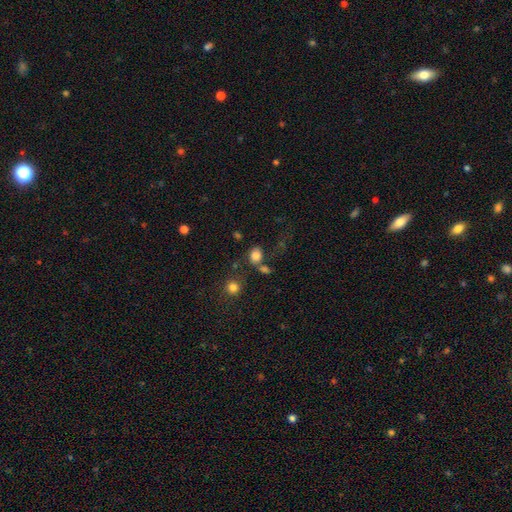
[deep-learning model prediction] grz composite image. It shows a smooth galaxy with no disk features (80%) that is round (59%). Merging: none (60%).